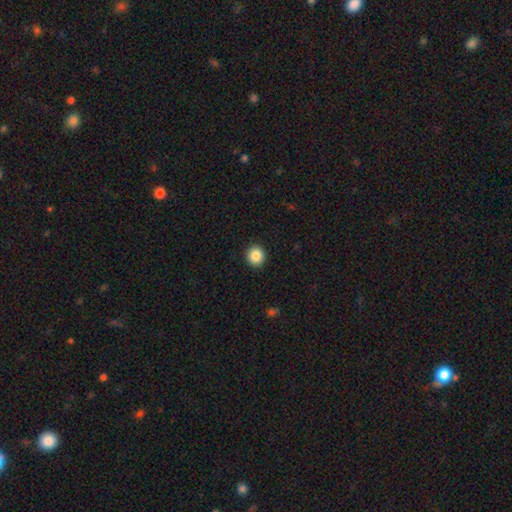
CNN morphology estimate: The model was most divided on "how rounded": round: 86%, in between: 13%, cigar-shaped: 1%. More confident: merging — none (92%); smooth or featured — smooth (87%).